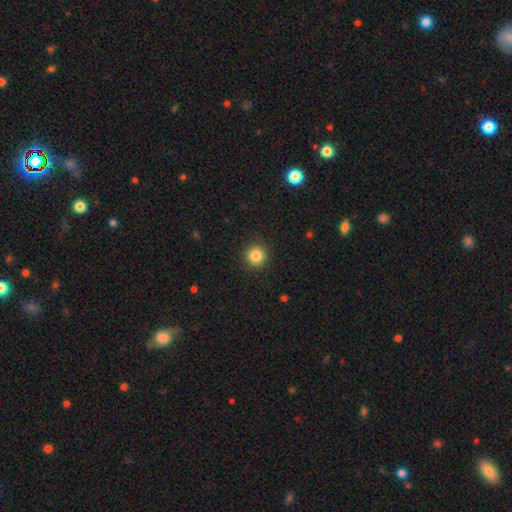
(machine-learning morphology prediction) smooth 84%, star or artifact 11%, featured or disk 5%. Down the decision tree: how rounded — round (95%); merging — none (91%).